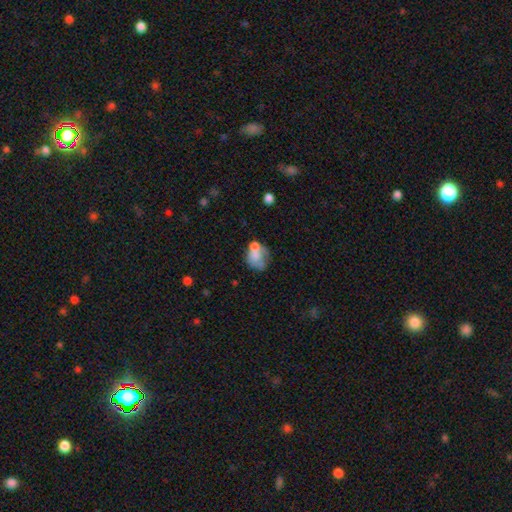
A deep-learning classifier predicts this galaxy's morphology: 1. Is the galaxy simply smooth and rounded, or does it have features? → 57% smooth, 33% featured or disk, 10% star or artifact.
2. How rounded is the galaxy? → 57% in between, 41% round, 1% cigar-shaped.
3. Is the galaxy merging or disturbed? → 34% merger, 29% none, 19% minor disturbance, 18% major disturbance.